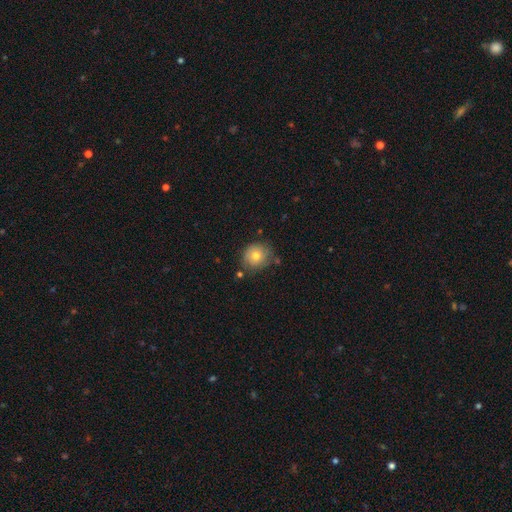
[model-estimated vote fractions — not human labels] A smooth galaxy with no disk features (73%) that is round (83%). Merging: none (69%).